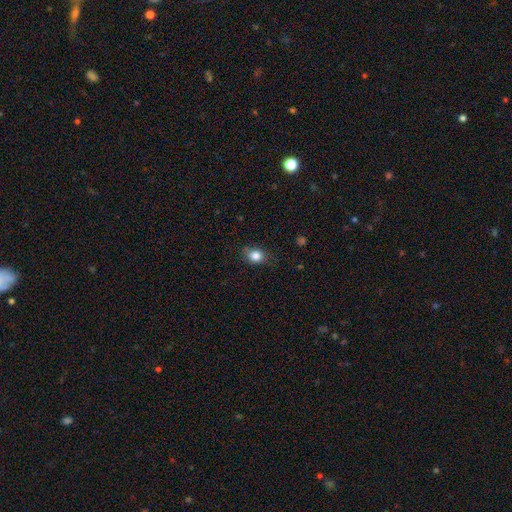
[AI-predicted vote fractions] Morphology: type=smooth (84%); roundness=round (54%); merging=none (77%).